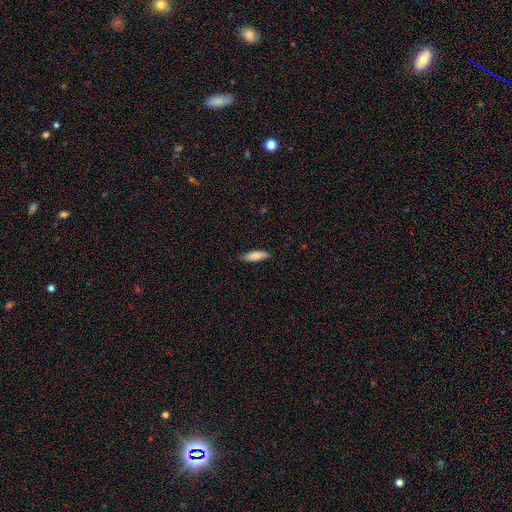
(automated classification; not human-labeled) Smooth or featured?
  - smooth: 79% *
  - featured or disk: 15%
  - star or artifact: 6%
How rounded?
  - cigar-shaped: 59% *
  - in between: 40%
  - round: 2%
Merging?
  - none: 79% *
  - minor disturbance: 18%
  - major disturbance: 3%
  - merger: 1%